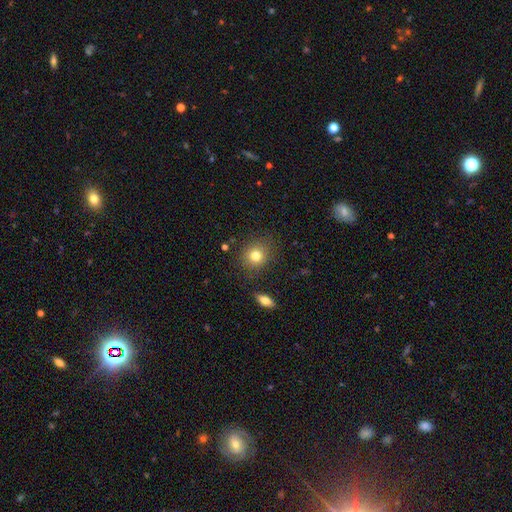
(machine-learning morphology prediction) A smooth galaxy with no disk features (80%) that is round (81%).

Vote fractions:
- Smooth or featured? smooth: 80% / star or artifact: 11% / featured or disk: 9%
- How rounded? round: 81% / in between: 18% / cigar-shaped: 1%
- Merging? none: 84% / minor disturbance: 10% / major disturbance: 3% / merger: 2%